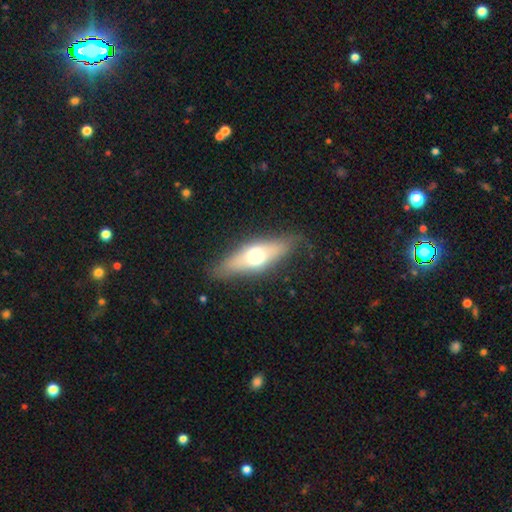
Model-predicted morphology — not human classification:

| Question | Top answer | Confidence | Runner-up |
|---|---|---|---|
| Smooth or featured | featured or disk | 47% | tied: smooth (47%) |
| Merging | none | 80% | minor disturbance (15%) |